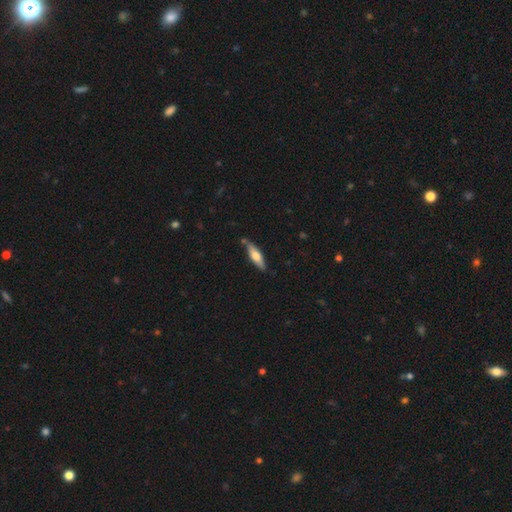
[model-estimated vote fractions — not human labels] Q: Smooth or featured?
A: smooth (55%); runner-up: featured or disk (40%)
Q: How rounded?
A: cigar-shaped (64%); runner-up: in between (34%)
Q: Merging?
A: none (77%); runner-up: minor disturbance (15%)